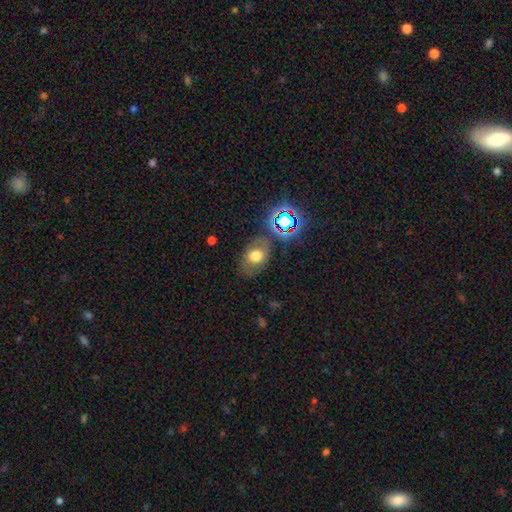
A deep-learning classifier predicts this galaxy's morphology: Smooth or featured?
  - smooth: 62% *
  - featured or disk: 20%
  - star or artifact: 18%
How rounded?
  - in between: 69% *
  - round: 30%
  - cigar-shaped: 1%
Merging?
  - none: 72% *
  - minor disturbance: 17%
  - major disturbance: 7%
  - merger: 4%